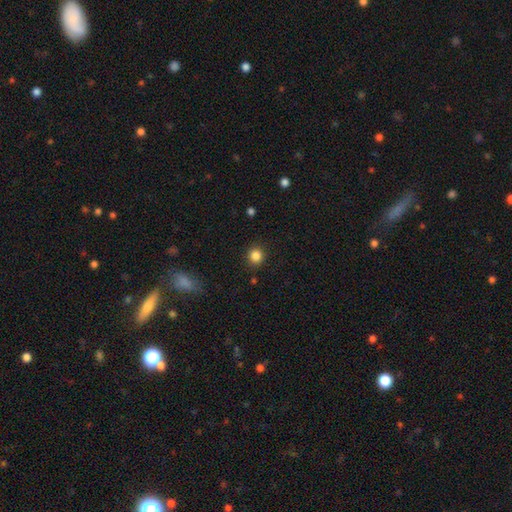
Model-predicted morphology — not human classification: Smooth or featured? smooth (85%)
How rounded? round (88%)
Merging? none (89%)